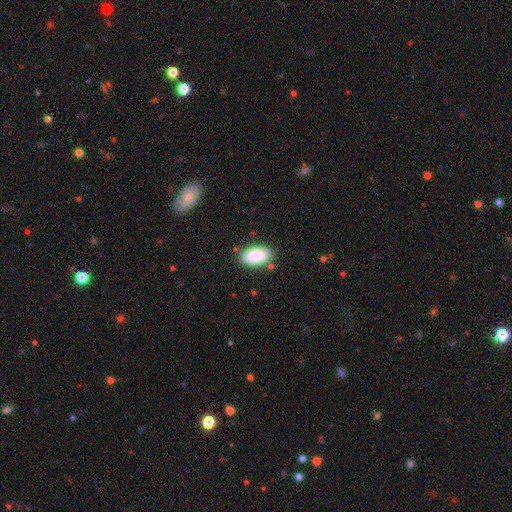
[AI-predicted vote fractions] Q: Smooth or featured?
A: smooth (88%); runner-up: star or artifact (6%)
Q: How rounded?
A: in between (95%); runner-up: round (3%)
Q: Merging?
A: none (83%); runner-up: minor disturbance (12%)